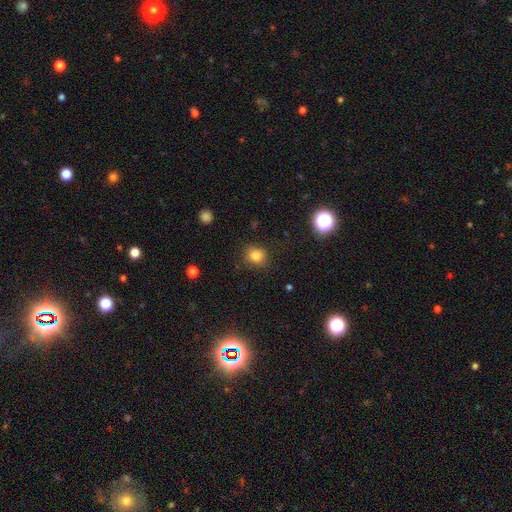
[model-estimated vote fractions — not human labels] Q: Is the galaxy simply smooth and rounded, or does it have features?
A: smooth — 83%.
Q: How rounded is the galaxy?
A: round — 77%.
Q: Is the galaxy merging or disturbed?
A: none — 84%.